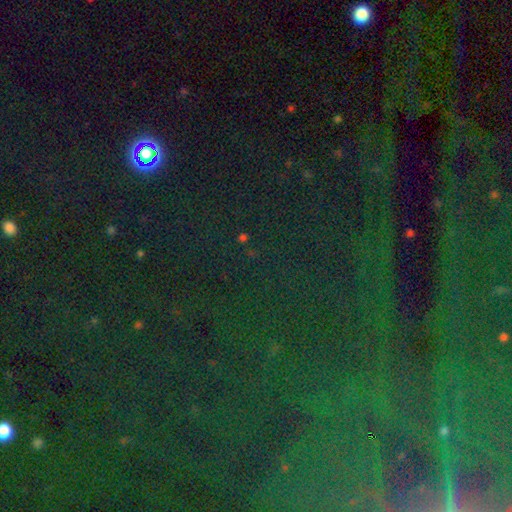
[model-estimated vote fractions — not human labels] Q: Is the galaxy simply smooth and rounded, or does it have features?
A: star or artifact — 80%.